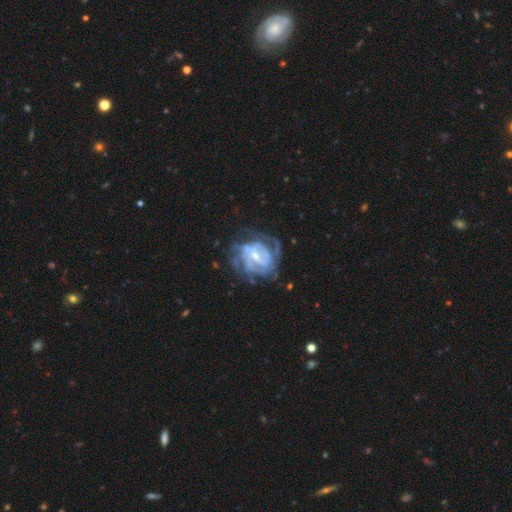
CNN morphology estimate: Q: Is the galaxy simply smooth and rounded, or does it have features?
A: featured or disk — 85%.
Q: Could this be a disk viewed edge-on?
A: no — 97%.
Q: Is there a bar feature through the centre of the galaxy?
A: weak — 49%.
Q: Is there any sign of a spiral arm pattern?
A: yes — 88%.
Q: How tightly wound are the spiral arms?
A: tight — 57%.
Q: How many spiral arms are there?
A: can't tell — 44%.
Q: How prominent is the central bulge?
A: small — 49%.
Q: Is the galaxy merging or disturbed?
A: none — 58%.